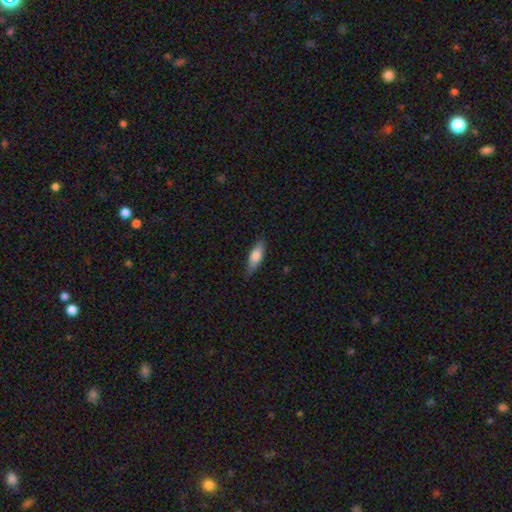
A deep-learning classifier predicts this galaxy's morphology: Smooth or featured?
  - smooth: 72% *
  - featured or disk: 22%
  - star or artifact: 6%
How rounded?
  - in between: 56% *
  - cigar-shaped: 42%
  - round: 2%
Merging?
  - none: 81% *
  - minor disturbance: 16%
  - major disturbance: 2%
  - merger: 1%